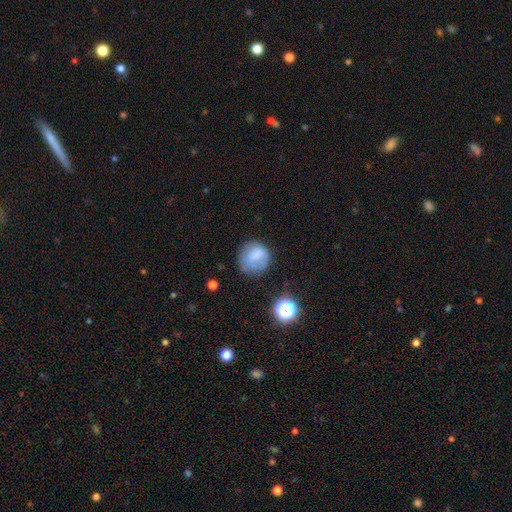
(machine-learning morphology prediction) Smooth or featured: smooth — 72% (featured or disk — 17%)
How rounded: round — 81% (in between — 18%)
Merging: none — 58% (minor disturbance — 25%)